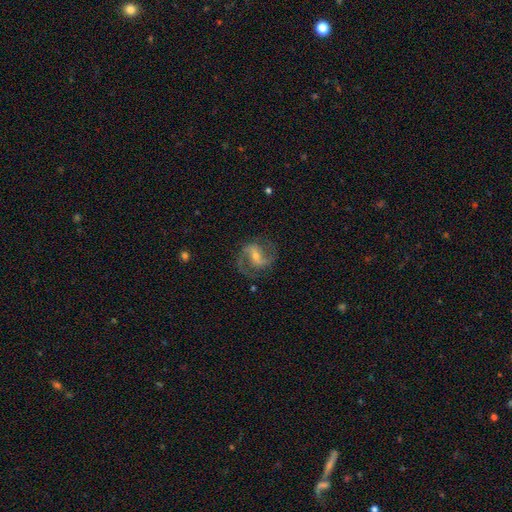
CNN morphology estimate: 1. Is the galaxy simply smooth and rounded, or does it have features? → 87% featured or disk, 7% smooth, 6% star or artifact.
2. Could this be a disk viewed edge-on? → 98% no, 2% yes.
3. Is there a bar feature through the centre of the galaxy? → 44% weak, 36% strong, 19% no.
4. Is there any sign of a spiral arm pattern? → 96% yes, 4% no.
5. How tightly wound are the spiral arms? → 56% medium, 29% loose, 14% tight.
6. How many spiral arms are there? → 91% 2, 3% can't tell, 2% 1, 2% 3, 1% 4, 1% more than 4.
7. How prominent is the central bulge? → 55% small, 39% moderate, 3% none, 2% large, 1% dominant.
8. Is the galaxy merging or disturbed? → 76% none, 14% minor disturbance, 8% major disturbance, 1% merger.